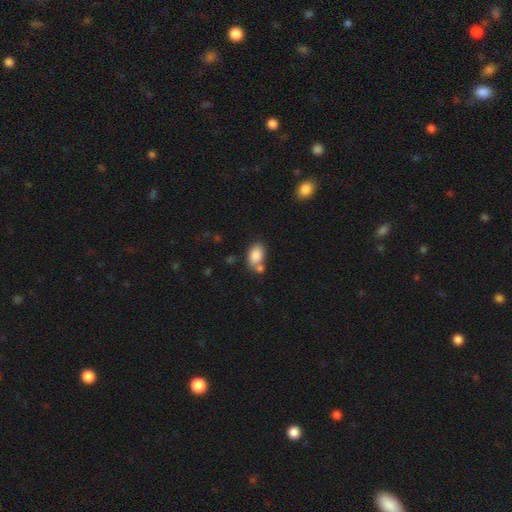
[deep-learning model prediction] Smooth or featured? smooth (84%)
How rounded? in between (87%)
Merging? none (53%)